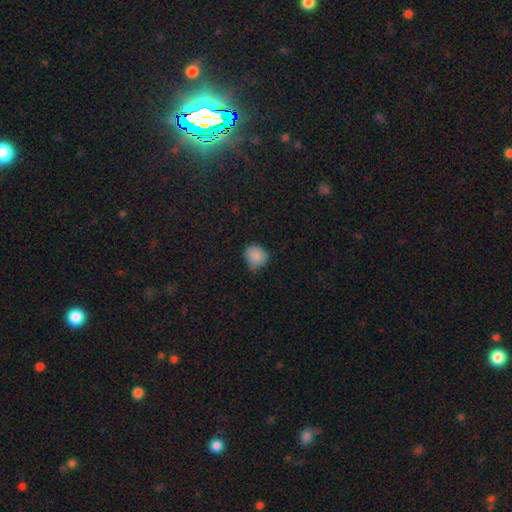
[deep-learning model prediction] A smooth galaxy with no disk features (86%) that is round (77%). Merging: none (57%).